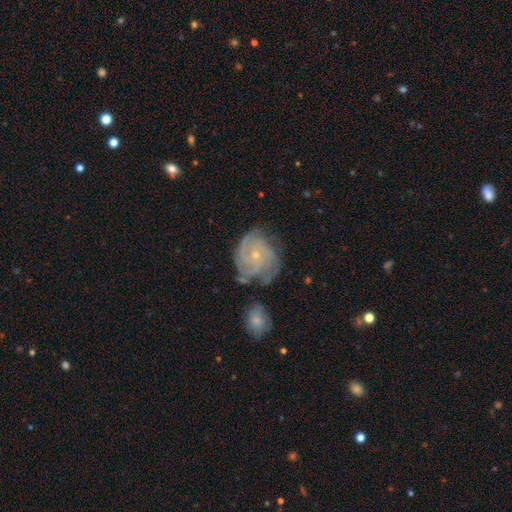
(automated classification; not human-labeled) featured or disk 84%, smooth 9%, star or artifact 7%. Down the decision tree: edge-on disk — no (98%); bar — no (73%); spiral arms — yes (97%); spiral arm count — 3 (32%); spiral winding — tight (67%); bulge size — small (76%); merging — none (61%).